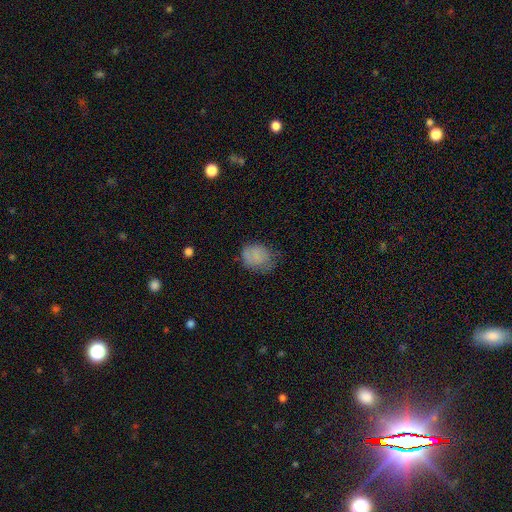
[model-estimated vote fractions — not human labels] Smooth or featured: smooth — 74% (featured or disk — 15%)
How rounded: round — 51% (in between — 48%)
Merging: none — 51% (minor disturbance — 32%)